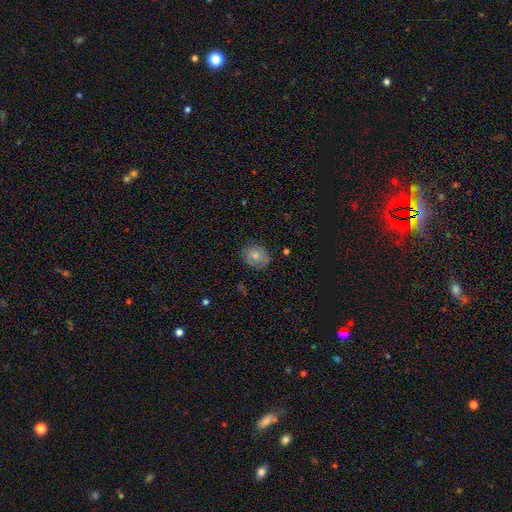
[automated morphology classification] smooth_or_featured: smooth (p=0.61) [alt: featured or disk p=0.29]
how_rounded: round (p=0.58) [alt: in between p=0.41]
merging: none (p=0.73) [alt: minor disturbance p=0.20]